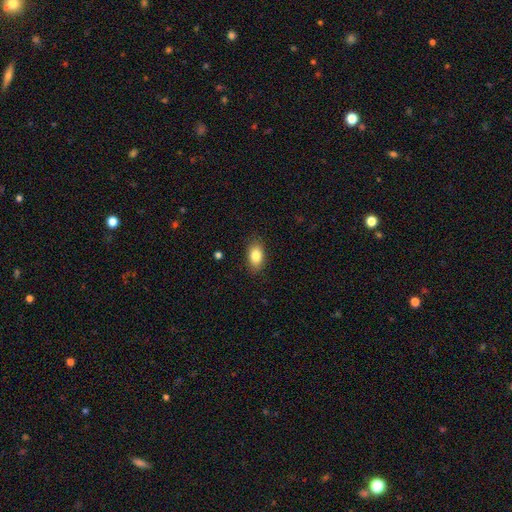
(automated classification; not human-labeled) This is clearly a smooth galaxy (84%). How rounded: clearly in between (89%). Merging: clearly none (86%).